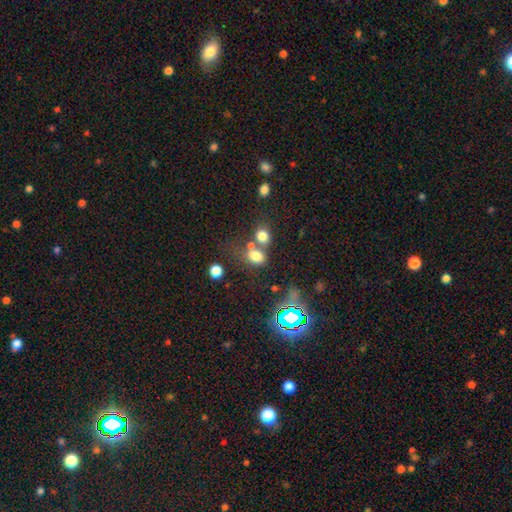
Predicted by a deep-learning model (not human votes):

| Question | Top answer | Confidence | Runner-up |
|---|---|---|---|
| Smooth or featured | smooth | 72% | star or artifact (18%) |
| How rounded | in between | 55% | round (43%) |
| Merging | none | 43% | merger (39%) |